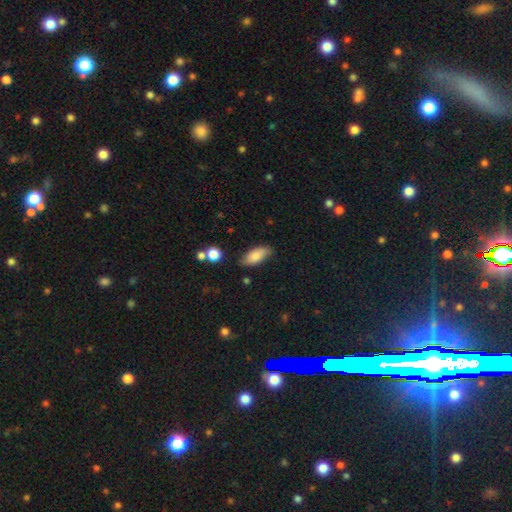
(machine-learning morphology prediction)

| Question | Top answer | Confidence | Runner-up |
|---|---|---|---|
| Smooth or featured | smooth | 82% | featured or disk (11%) |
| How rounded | in between | 85% | cigar-shaped (12%) |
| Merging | none | 78% | minor disturbance (16%) |